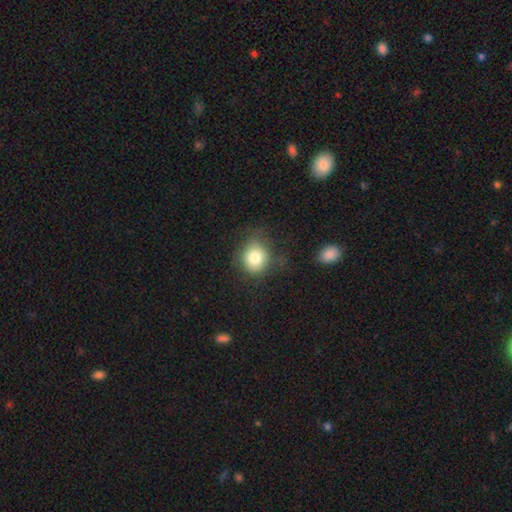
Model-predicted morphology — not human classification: smooth-or-featured: smooth: 81% | star or artifact: 11% | featured or disk: 9%
  how-rounded: round: 77% | in between: 22% | cigar-shaped: 1%
  merging: none: 70% | minor disturbance: 21% | major disturbance: 7% | merger: 2%